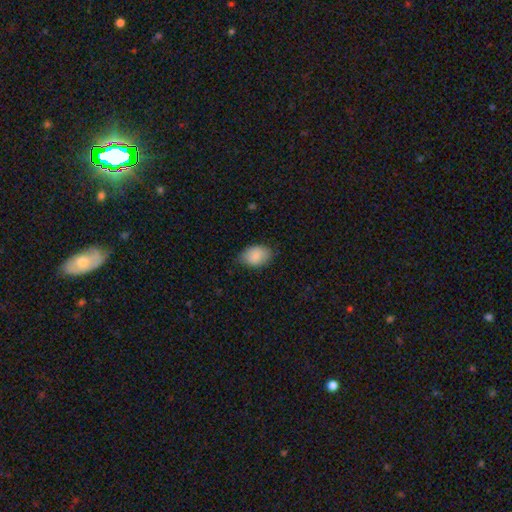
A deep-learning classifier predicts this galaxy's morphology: Overall: smooth (87%). How rounded: in between (84%). Merging: none (77%).